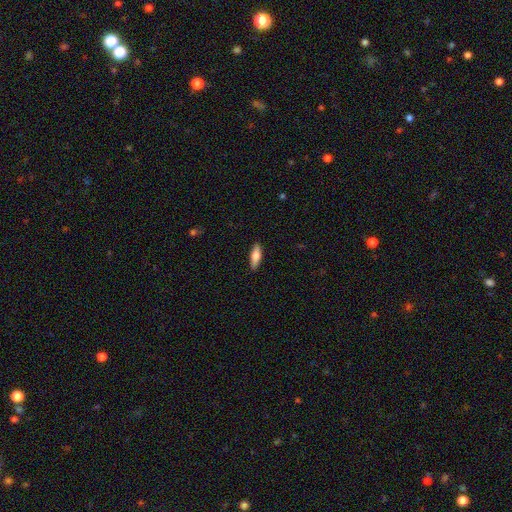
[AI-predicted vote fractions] Smooth or featured? smooth (73%)
How rounded? in between (55%)
Merging? none (89%)